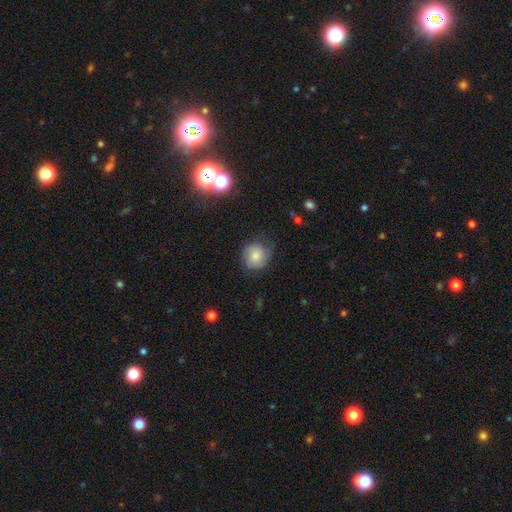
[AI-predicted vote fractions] Smooth or featured: smooth — 75% (featured or disk — 16%)
How rounded: round — 86% (in between — 13%)
Merging: none — 70% (minor disturbance — 22%)